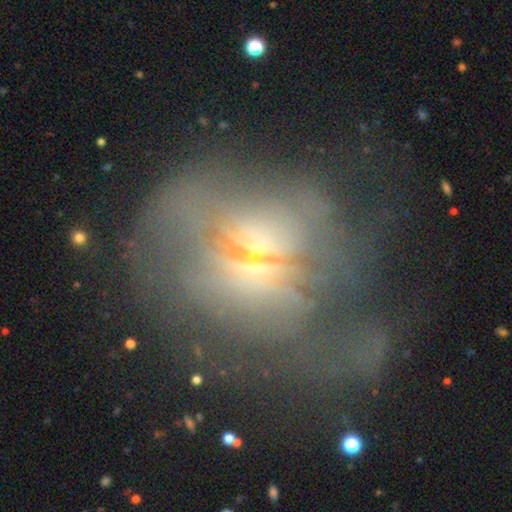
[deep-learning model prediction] smooth-or-featured: featured or disk: 45% | smooth: 31% | star or artifact: 23%
  merging: major disturbance: 49% | none: 27% | minor disturbance: 15% | merger: 9%